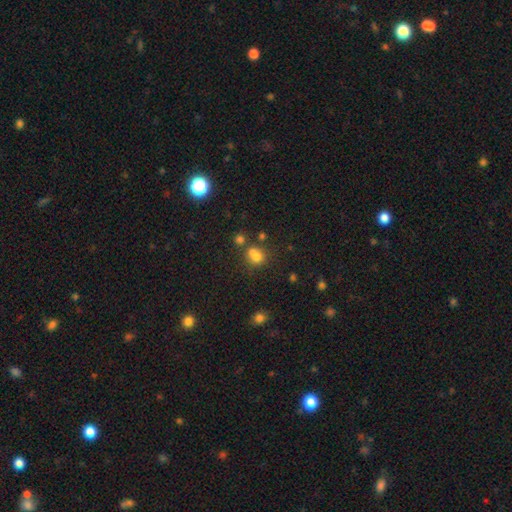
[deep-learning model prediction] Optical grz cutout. It shows a smooth galaxy with no disk features (74%) that is round (67%). Merging: none (45%).